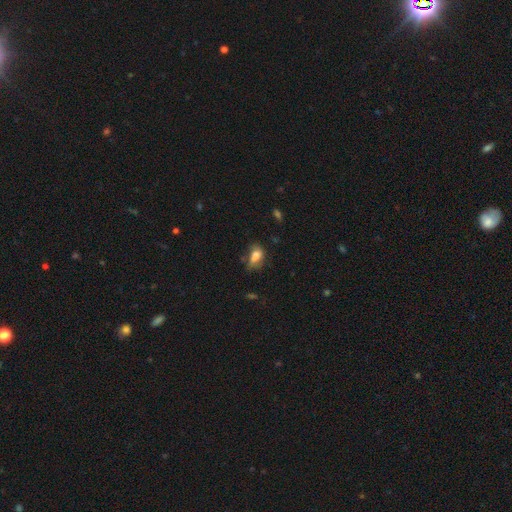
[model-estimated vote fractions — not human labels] smooth_or_featured: smooth (p=0.74) [alt: featured or disk p=0.15]
how_rounded: in between (p=0.85) [alt: round p=0.12]
merging: none (p=0.45) [alt: minor disturbance p=0.33]